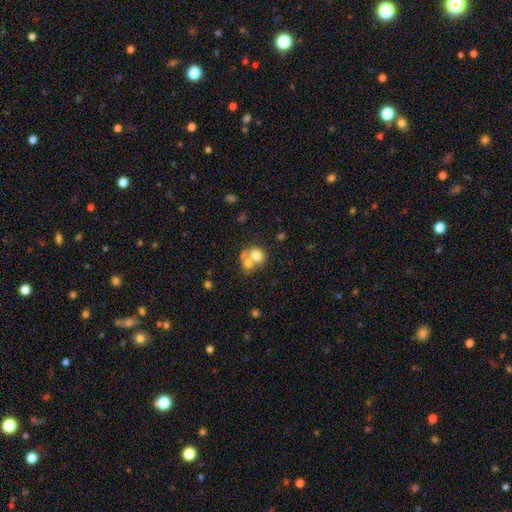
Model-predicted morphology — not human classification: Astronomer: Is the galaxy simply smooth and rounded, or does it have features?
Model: smooth — 69%.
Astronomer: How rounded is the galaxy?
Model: round — 71%.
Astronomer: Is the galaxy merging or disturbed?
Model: merger — 61%.